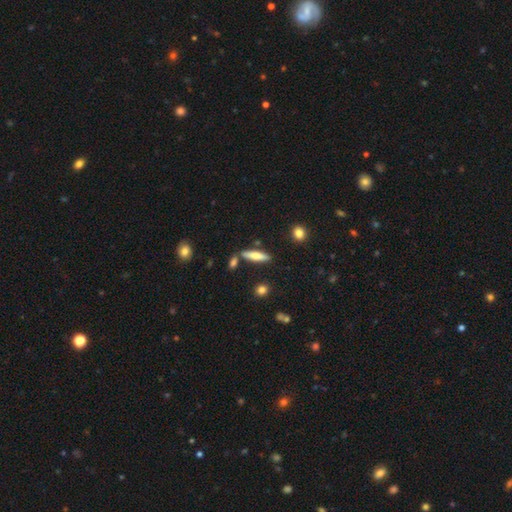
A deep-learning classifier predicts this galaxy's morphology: type=smooth (65%); roundness=cigar-shaped (76%); merging=none (78%).